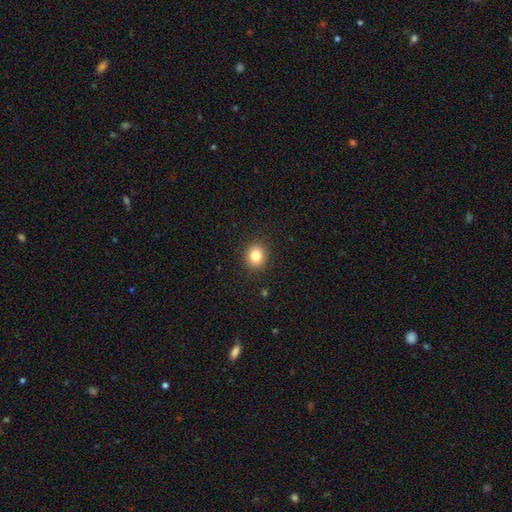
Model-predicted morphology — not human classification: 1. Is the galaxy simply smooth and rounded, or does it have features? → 83% smooth, 11% star or artifact, 7% featured or disk.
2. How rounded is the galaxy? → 75% round, 24% in between, 1% cigar-shaped.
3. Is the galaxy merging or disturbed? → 90% none, 7% minor disturbance, 2% major disturbance, 1% merger.